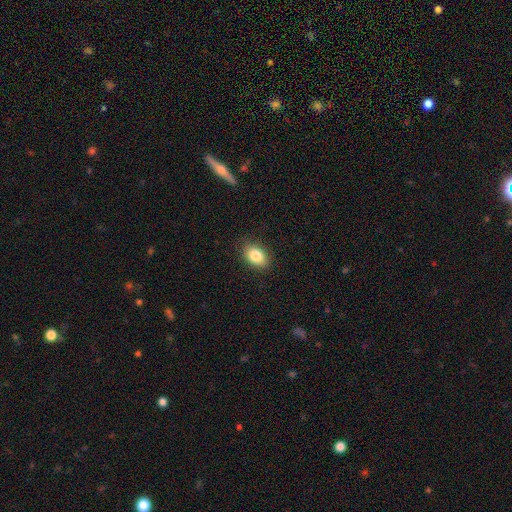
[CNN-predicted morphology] Smooth or featured? Predicted: smooth (p=0.85). How rounded? Predicted: in between (p=0.82). Merging? Predicted: none (p=0.87).